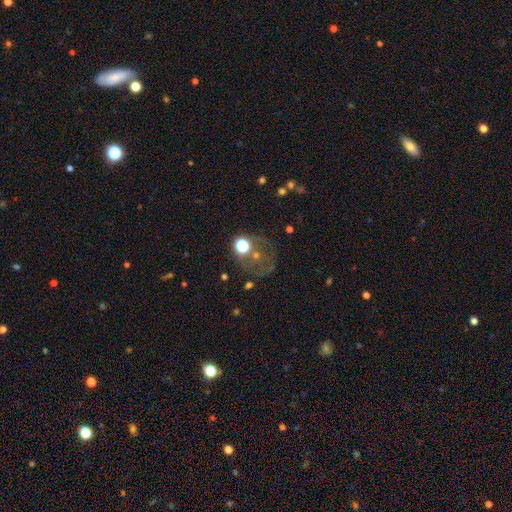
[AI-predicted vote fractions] smooth_or_featured: smooth (p=0.38) [alt: star or artifact p=0.35]
merging: none (p=0.53) [alt: major disturbance p=0.22]